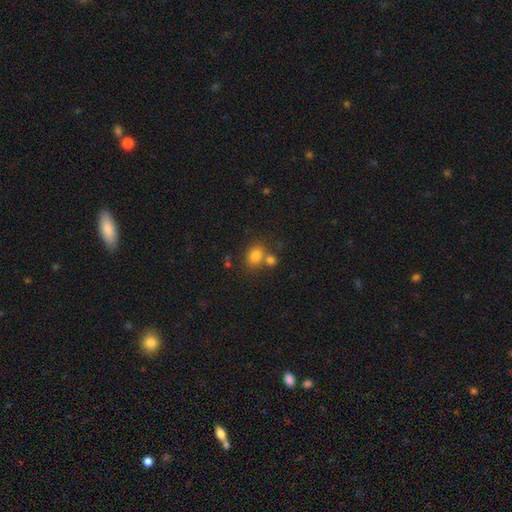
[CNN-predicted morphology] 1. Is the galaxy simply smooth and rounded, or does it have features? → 81% smooth, 11% star or artifact, 8% featured or disk.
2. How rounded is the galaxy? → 52% round, 47% in between, 1% cigar-shaped.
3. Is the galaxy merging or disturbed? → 56% none, 29% merger, 11% minor disturbance, 4% major disturbance.